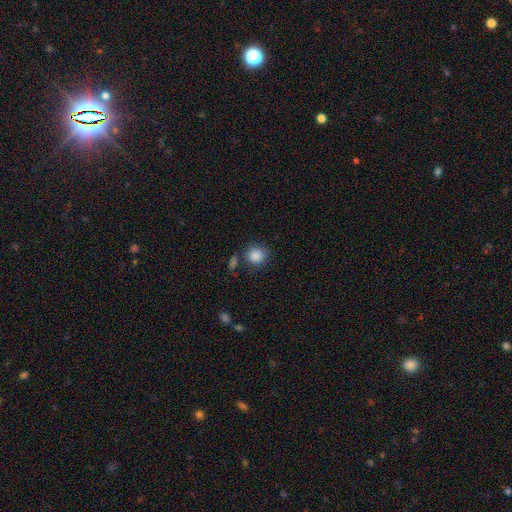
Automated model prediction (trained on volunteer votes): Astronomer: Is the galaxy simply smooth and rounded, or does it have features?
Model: smooth — 87%.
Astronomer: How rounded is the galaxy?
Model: round — 87%.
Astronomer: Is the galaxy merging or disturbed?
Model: none — 75%.